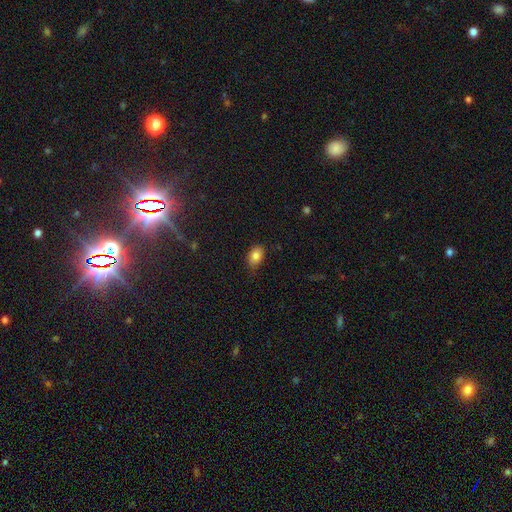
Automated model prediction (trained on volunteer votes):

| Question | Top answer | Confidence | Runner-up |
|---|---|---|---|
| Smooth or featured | smooth | 83% | star or artifact (9%) |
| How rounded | in between | 82% | round (16%) |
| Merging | none | 76% | minor disturbance (20%) |